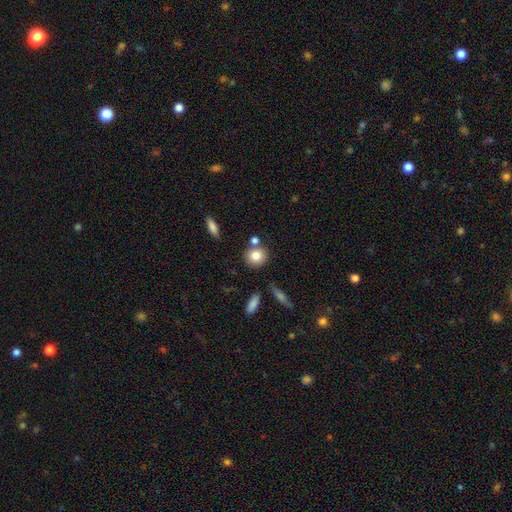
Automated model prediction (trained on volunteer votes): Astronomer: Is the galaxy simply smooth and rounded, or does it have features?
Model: smooth — 80%.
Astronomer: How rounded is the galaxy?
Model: round — 80%.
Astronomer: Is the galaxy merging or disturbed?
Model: none — 70%.